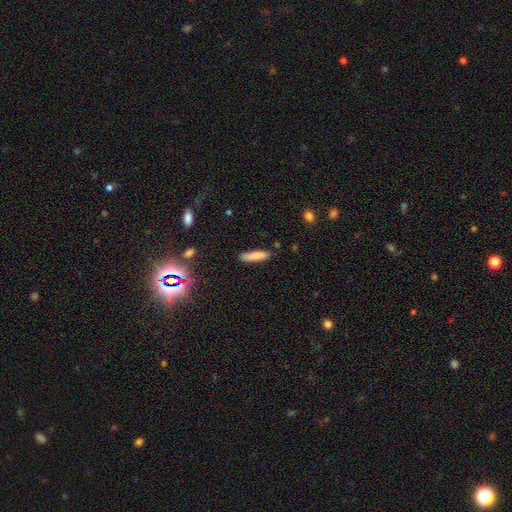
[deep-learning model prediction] A smooth galaxy with no disk features (83%) that is cigar-shaped (80%). Merging: none (85%).